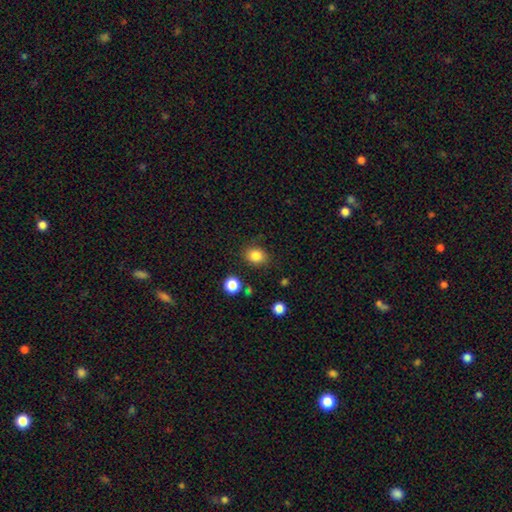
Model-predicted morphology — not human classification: Overall: smooth (84%). How rounded: round (50%; in between 49%). Merging: none (82%).